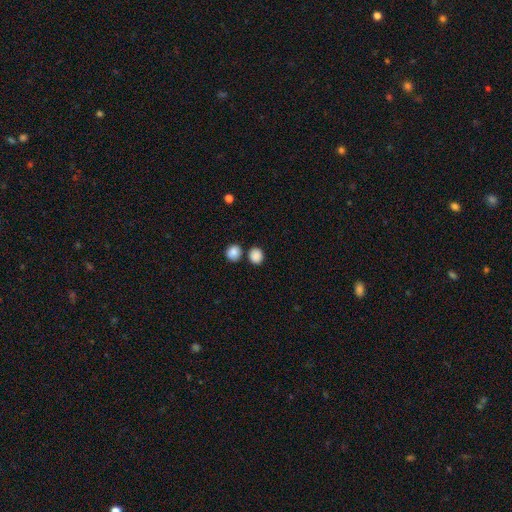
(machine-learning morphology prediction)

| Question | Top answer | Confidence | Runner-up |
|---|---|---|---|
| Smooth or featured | smooth | 87% | star or artifact (10%) |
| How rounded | round | 74% | in between (25%) |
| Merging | none | 76% | merger (13%) |